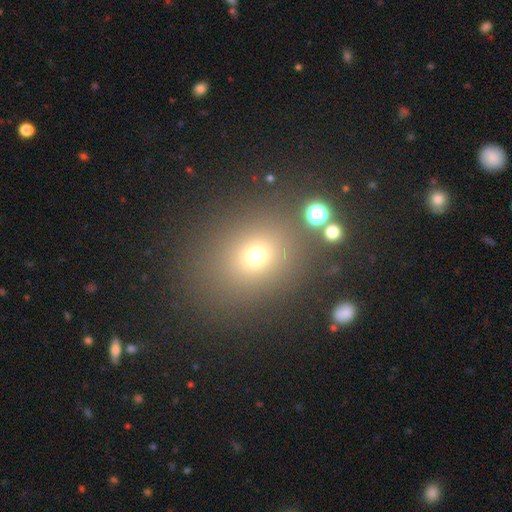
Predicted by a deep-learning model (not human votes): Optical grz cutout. It shows a smooth galaxy with no disk features (68%) that is round (63%). Merging: none (81%).